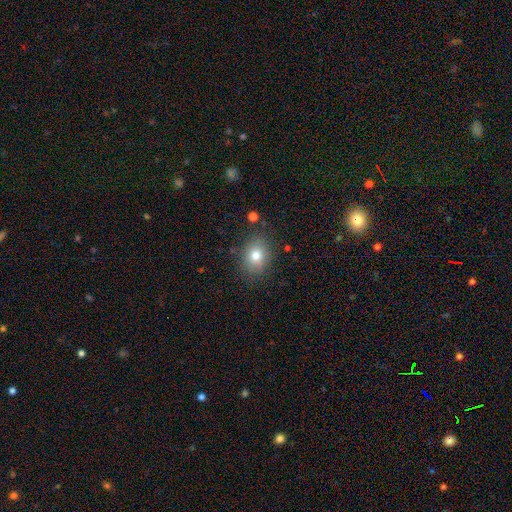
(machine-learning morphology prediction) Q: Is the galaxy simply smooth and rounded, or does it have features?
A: smooth — 77%.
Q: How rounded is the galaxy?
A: in between — 54%.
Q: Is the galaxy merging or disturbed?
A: none — 83%.